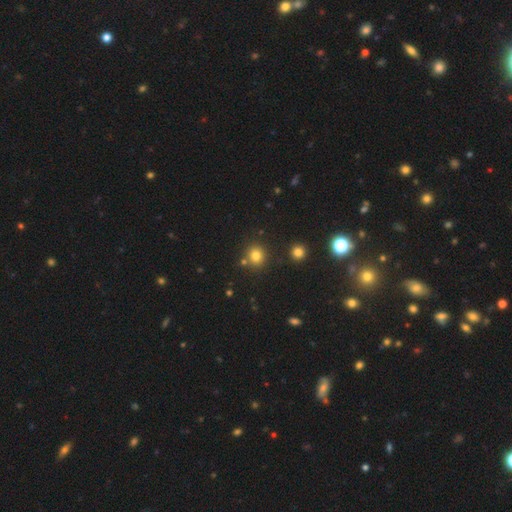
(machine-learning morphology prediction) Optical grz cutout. It shows a smooth galaxy with no disk features (80%) that is round (83%). Merging: none (80%).